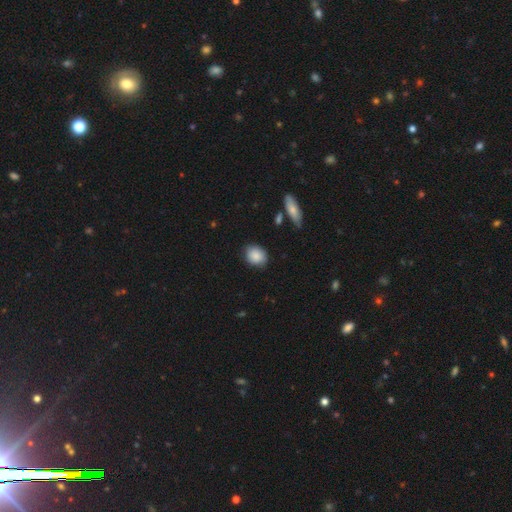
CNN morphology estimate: A smooth galaxy with no disk features (86%) that is round (61%).

Vote fractions:
- Smooth or featured? smooth: 86% / star or artifact: 7% / featured or disk: 7%
- How rounded? round: 61% / in between: 38% / cigar-shaped: 1%
- Merging? none: 78% / minor disturbance: 17% / major disturbance: 3% / merger: 2%